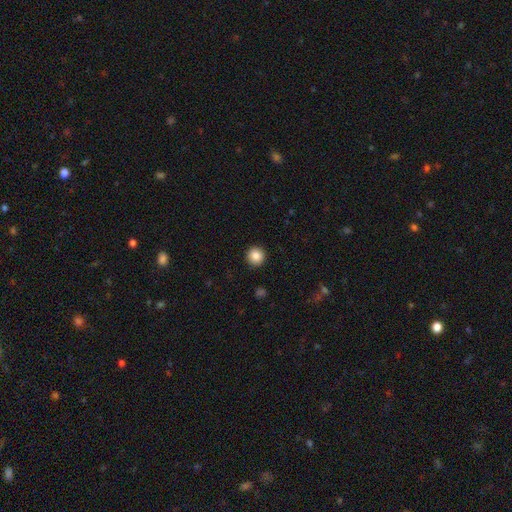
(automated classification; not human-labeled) This appears to be a smooth galaxy with no disk features (86%) that is round (95%). Merging: none (93%).